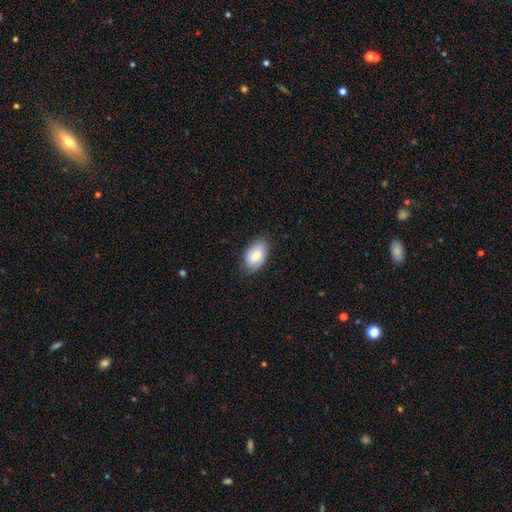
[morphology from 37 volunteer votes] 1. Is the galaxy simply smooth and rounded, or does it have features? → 62% smooth, 35% featured or disk, 3% star or artifact.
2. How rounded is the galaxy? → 91% in between, 9% round, 0% cigar-shaped.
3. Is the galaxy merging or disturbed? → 67% none, 25% minor disturbance, 6% merger, 3% major disturbance.